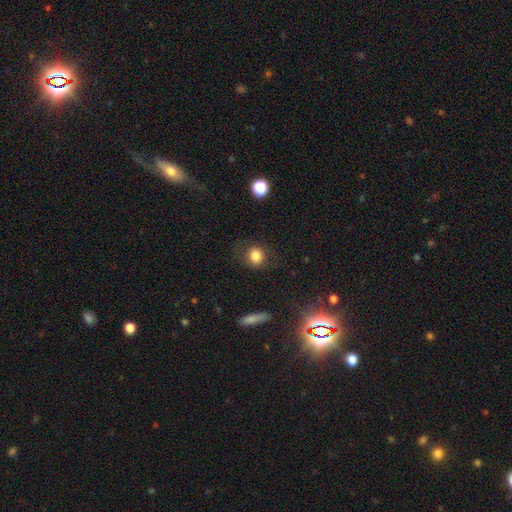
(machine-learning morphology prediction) smooth_or_featured: smooth (p=0.80) [alt: star or artifact p=0.10]
how_rounded: round (p=0.76) [alt: in between p=0.23]
merging: none (p=0.73) [alt: minor disturbance p=0.16]